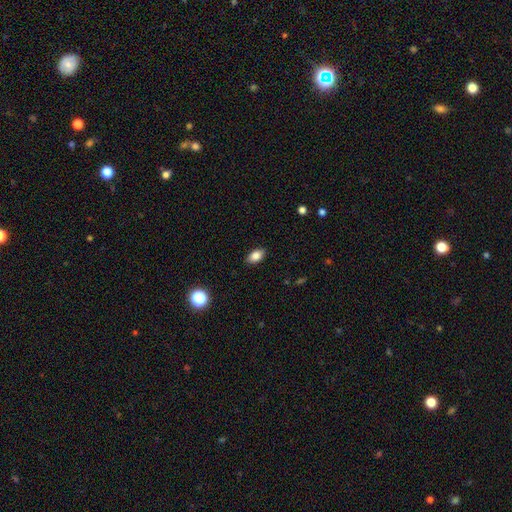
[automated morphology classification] smooth-or-featured: smooth: 84% | star or artifact: 9% | featured or disk: 8%
  how-rounded: in between: 90% | round: 7% | cigar-shaped: 3%
  merging: none: 89% | minor disturbance: 8% | major disturbance: 2% | merger: 1%